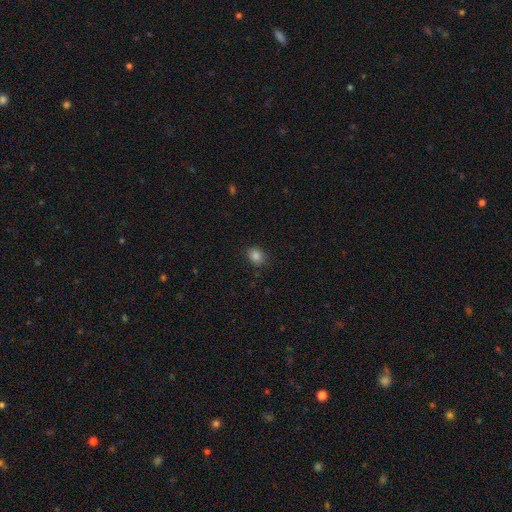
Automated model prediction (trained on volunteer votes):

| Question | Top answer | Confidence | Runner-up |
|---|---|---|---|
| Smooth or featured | smooth | 84% | star or artifact (11%) |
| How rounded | in between | 53% | round (46%) |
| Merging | none | 86% | minor disturbance (10%) |